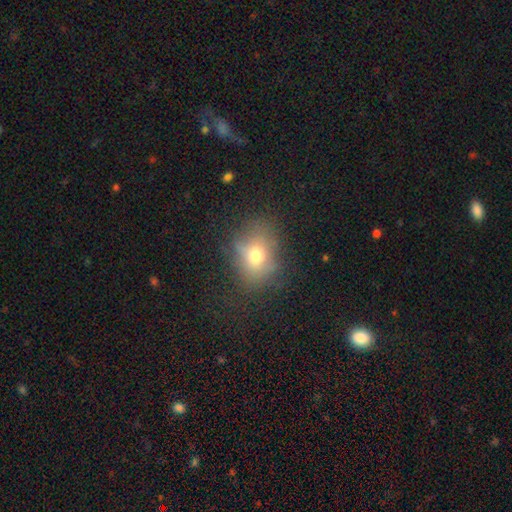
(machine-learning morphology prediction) A smooth galaxy with no disk features (66%) that is round (51%). Merging: none (65%).